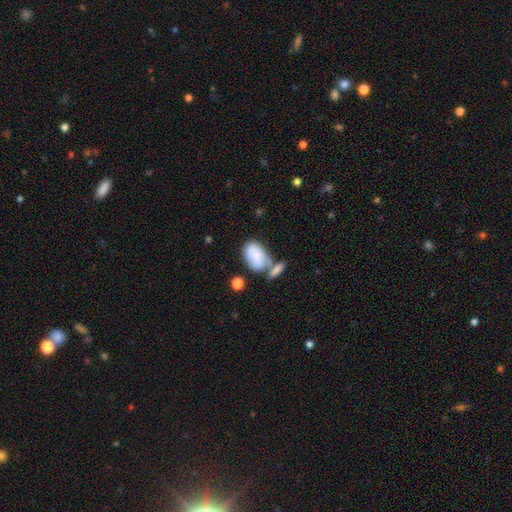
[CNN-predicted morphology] Overall: smooth (76%). How rounded: in between (90%). Merging: none (38%; merger 36%).